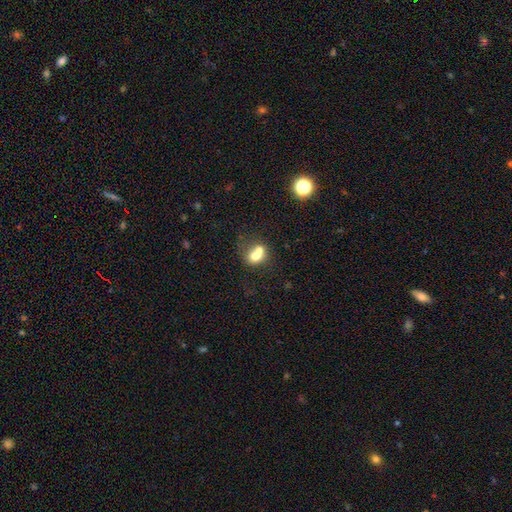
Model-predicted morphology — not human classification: A smooth galaxy with no disk features (66%) that is round (63%).

Vote fractions:
- Smooth or featured? smooth: 66% / featured or disk: 23% / star or artifact: 11%
- How rounded? round: 63% / in between: 36% / cigar-shaped: 1%
- Merging? merger: 62% / none: 27% / minor disturbance: 7% / major disturbance: 4%